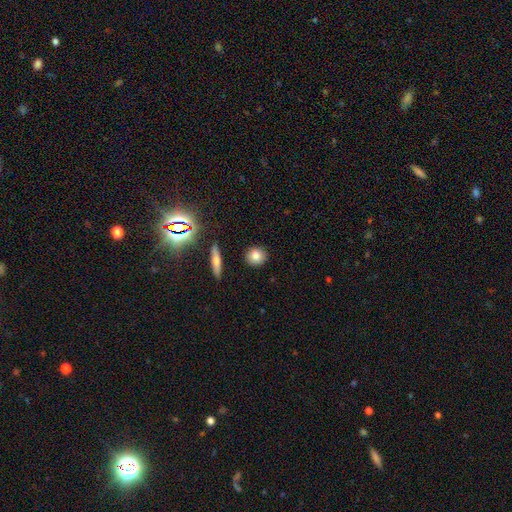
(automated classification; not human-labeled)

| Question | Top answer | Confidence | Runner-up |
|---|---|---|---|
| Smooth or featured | smooth | 80% | star or artifact (10%) |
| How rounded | round | 84% | in between (14%) |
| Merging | none | 90% | minor disturbance (6%) |